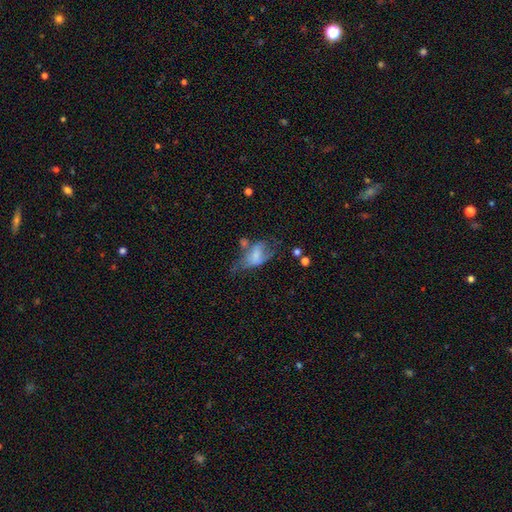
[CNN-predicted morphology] Smooth or featured? smooth (52%)
How rounded? in between (86%)
Merging? major disturbance (38%)